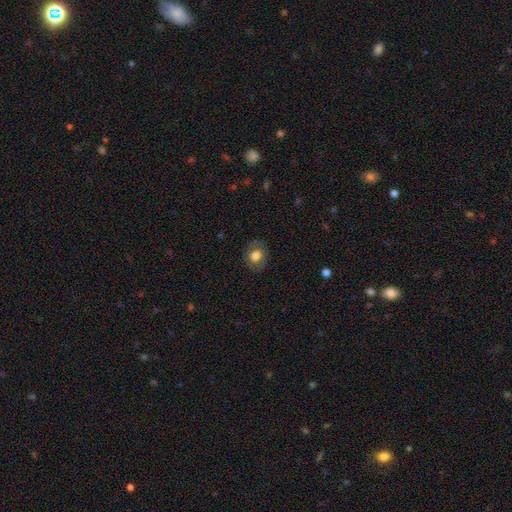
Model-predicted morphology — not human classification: A smooth galaxy with no disk features (72%) that is round (61%). Merging: none (84%).